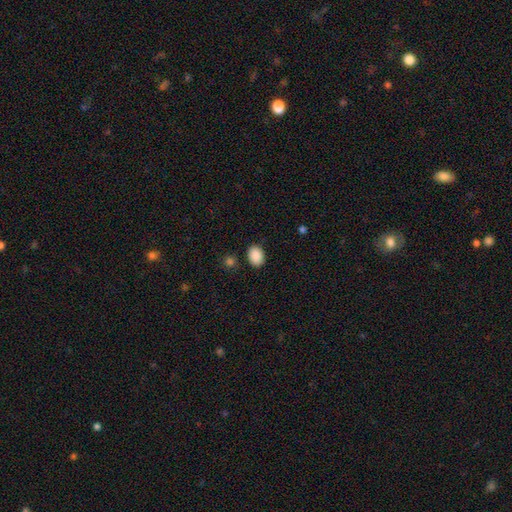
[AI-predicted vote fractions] Smooth or featured? Predicted: smooth (p=0.89). How rounded? Predicted: in between (p=0.71). Merging? Predicted: none (p=0.85).